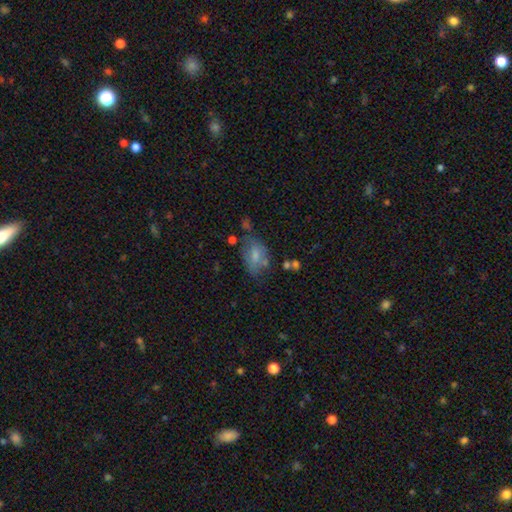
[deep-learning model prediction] smooth-or-featured: smooth: 61% | featured or disk: 29% | star or artifact: 10%
  how-rounded: in between: 84% | round: 14% | cigar-shaped: 2%
  merging: none: 43% | minor disturbance: 27% | major disturbance: 17% | merger: 13%